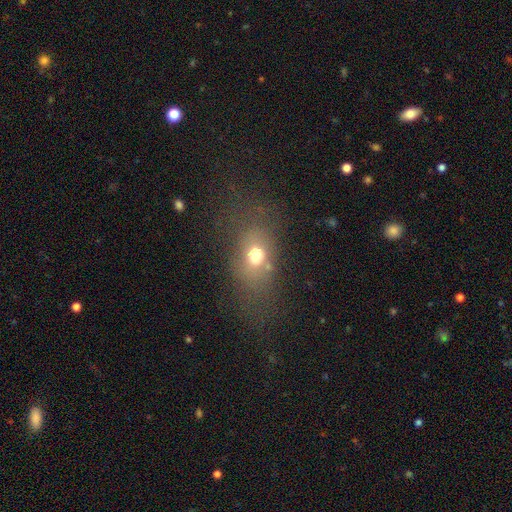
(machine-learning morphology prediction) smooth_or_featured: smooth (p=0.67) [alt: featured or disk p=0.18]
how_rounded: in between (p=0.71) [alt: round p=0.26]
merging: none (p=0.56) [alt: minor disturbance p=0.20]